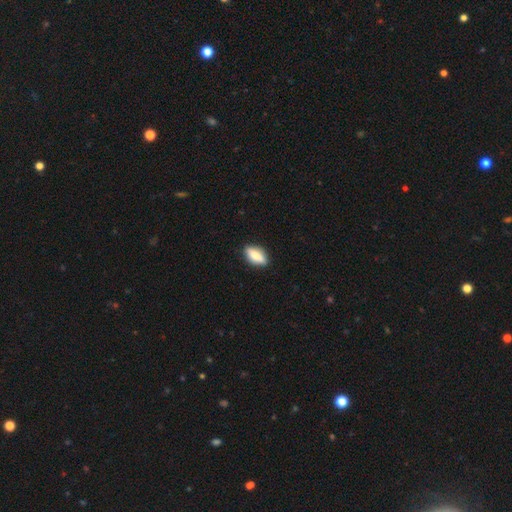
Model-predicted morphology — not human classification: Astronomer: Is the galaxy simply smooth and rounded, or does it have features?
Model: smooth — 69%.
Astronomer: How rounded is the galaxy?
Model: in between — 78%.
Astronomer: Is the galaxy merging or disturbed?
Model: none — 87%.